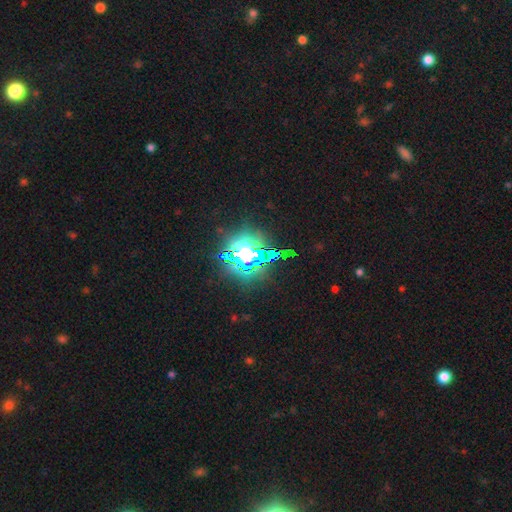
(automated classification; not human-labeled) smooth-or-featured: star or artifact: 73% | smooth: 15% | featured or disk: 12%